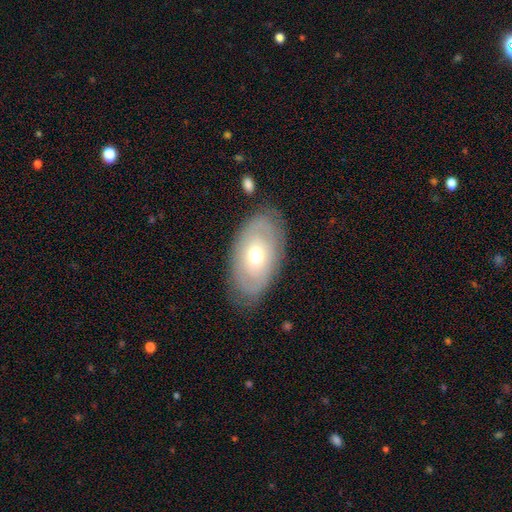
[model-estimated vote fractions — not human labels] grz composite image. It shows a smooth galaxy with no disk features (49%). Merging: none (78%).